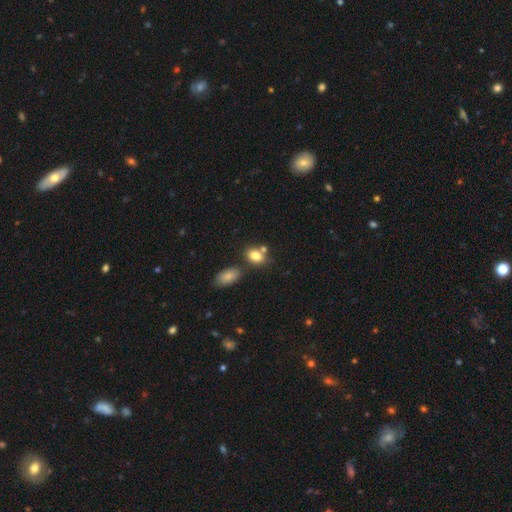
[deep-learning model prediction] smooth-or-featured: smooth: 81% | star or artifact: 10% | featured or disk: 9%
  how-rounded: in between: 77% | round: 22% | cigar-shaped: 2%
  merging: none: 53% | merger: 28% | minor disturbance: 14% | major disturbance: 5%